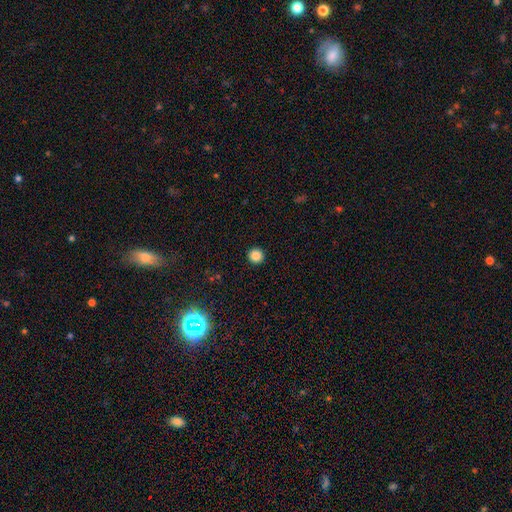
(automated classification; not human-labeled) A smooth galaxy with no disk features (86%) that is round (94%).

Vote fractions:
- Smooth or featured? smooth: 86% / star or artifact: 11% / featured or disk: 3%
- How rounded? round: 94% / in between: 5% / cigar-shaped: 1%
- Merging? none: 93% / minor disturbance: 4% / major disturbance: 2% / merger: 1%